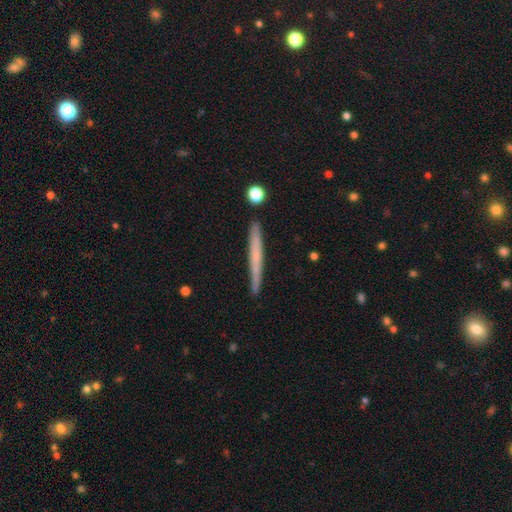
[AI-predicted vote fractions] This is possibly a smooth galaxy (51%). How rounded: clearly cigar-shaped (97%). Merging: clearly none (89%).